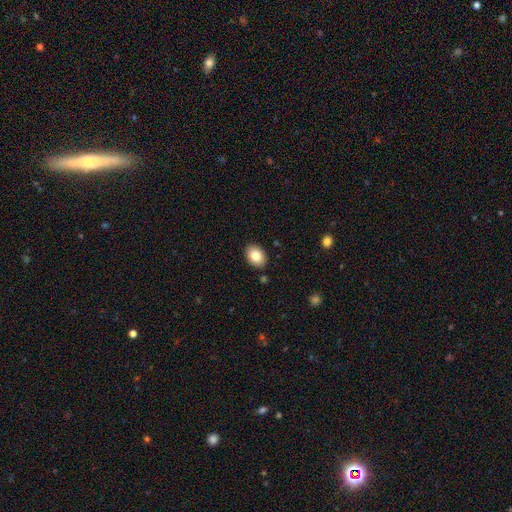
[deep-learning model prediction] The model was most divided on "how rounded": in between: 76%, round: 23%, cigar-shaped: 1%. More confident: merging — none (88%); smooth or featured — smooth (84%).